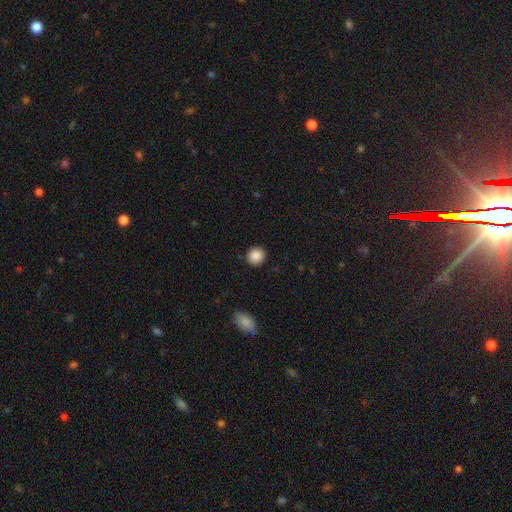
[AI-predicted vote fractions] A smooth galaxy with no disk features (88%) that is round (91%).

Vote fractions:
- Smooth or featured? smooth: 88% / star or artifact: 9% / featured or disk: 3%
- How rounded? round: 91% / in between: 8% / cigar-shaped: 1%
- Merging? none: 91% / minor disturbance: 6% / major disturbance: 2% / merger: 1%